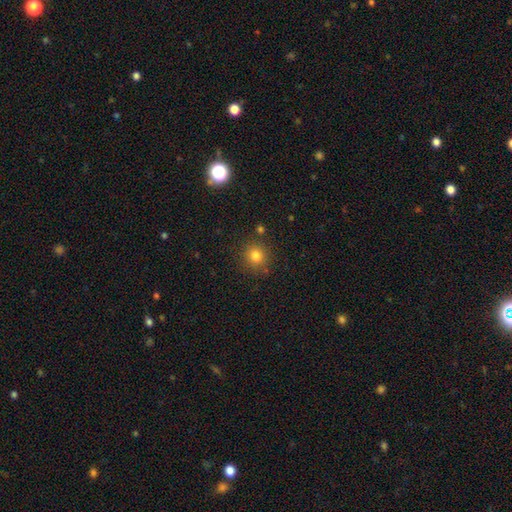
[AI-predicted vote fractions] smooth-or-featured: smooth: 80% | star or artifact: 14% | featured or disk: 6%
  how-rounded: round: 92% | in between: 7% | cigar-shaped: 1%
  merging: none: 85% | minor disturbance: 8% | merger: 4% | major disturbance: 3%